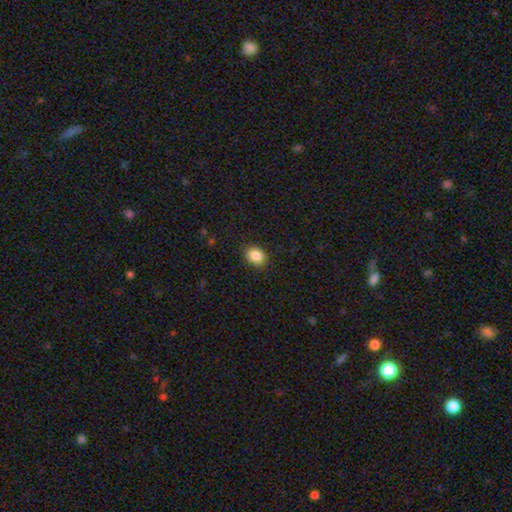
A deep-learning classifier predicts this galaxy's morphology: smooth 87%, star or artifact 9%, featured or disk 5%. Down the decision tree: how rounded — in between (67%); merging — none (88%).